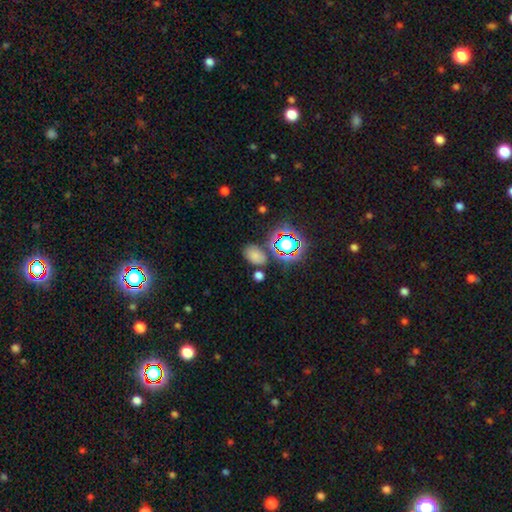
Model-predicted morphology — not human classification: smooth_or_featured: smooth (p=0.68) [alt: star or artifact p=0.24]
how_rounded: in between (p=0.82) [alt: round p=0.17]
merging: none (p=0.72) [alt: minor disturbance p=0.14]